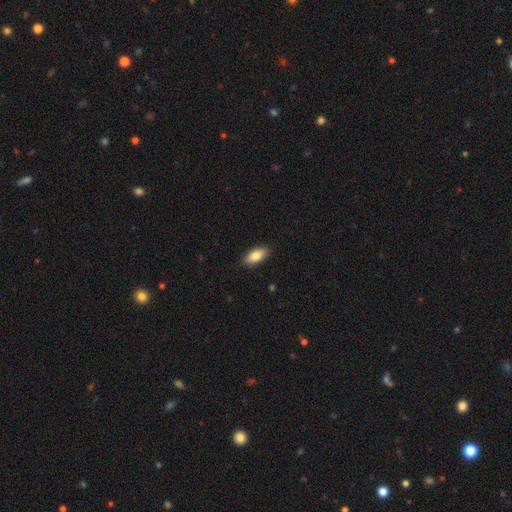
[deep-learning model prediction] The model was most divided on "smooth or featured": smooth: 83%, featured or disk: 10%, star or artifact: 7%. More confident: how rounded — in between (89%); merging — none (88%).